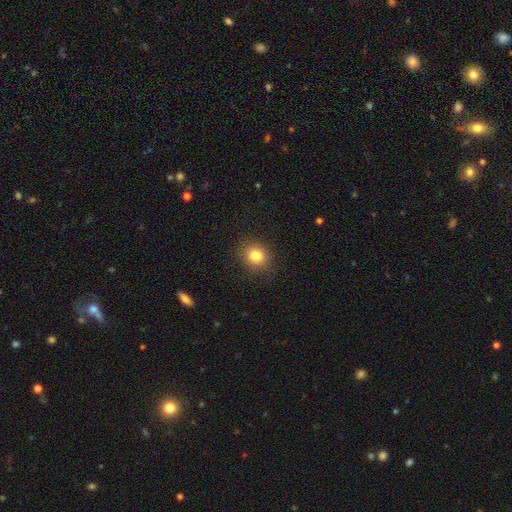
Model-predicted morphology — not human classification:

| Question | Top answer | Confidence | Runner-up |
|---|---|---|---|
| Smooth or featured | smooth | 82% | star or artifact (11%) |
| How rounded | round | 79% | in between (20%) |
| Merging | none | 88% | minor disturbance (8%) |